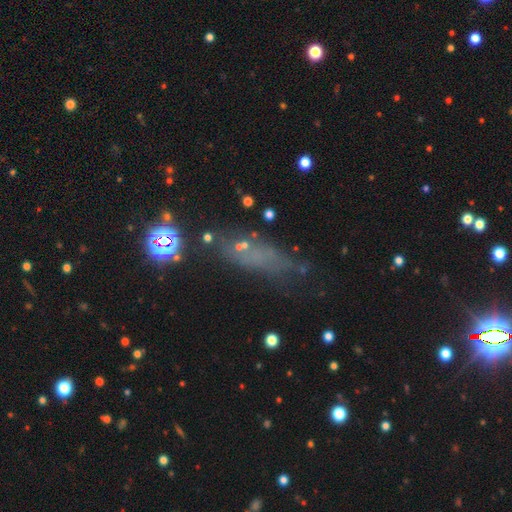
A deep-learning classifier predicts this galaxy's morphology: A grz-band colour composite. It shows a smooth galaxy with no disk features (40%). Merging: none (50%).